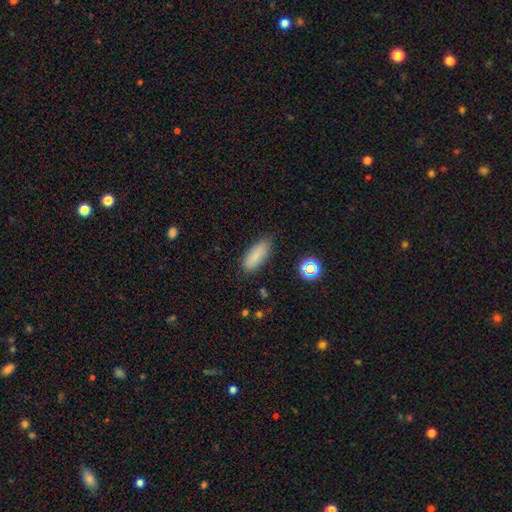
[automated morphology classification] The model was most divided on "how rounded": in between: 78%, cigar-shaped: 20%, round: 3%. More confident: smooth or featured — smooth (84%); merging — none (78%).